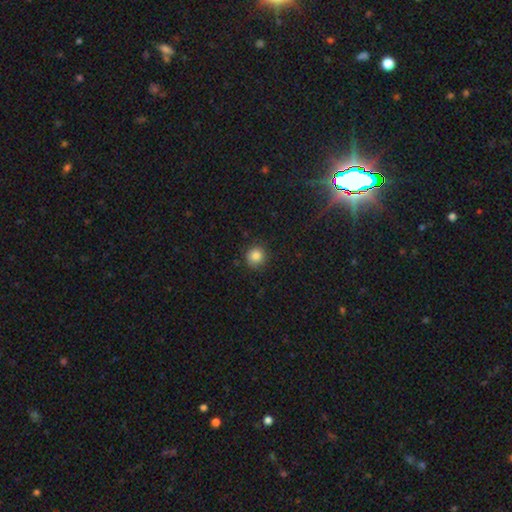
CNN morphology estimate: Overall: smooth (85%). How rounded: round (92%). Merging: none (85%).